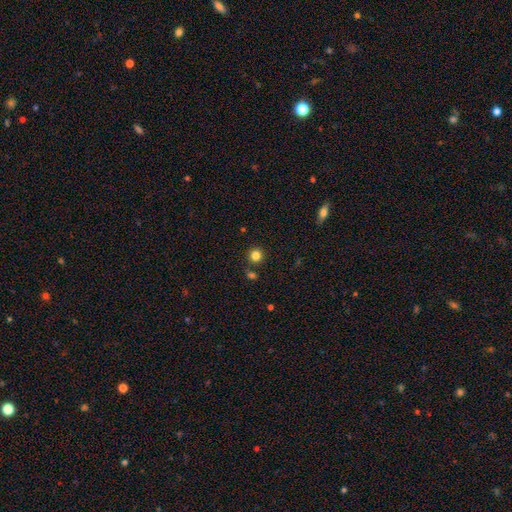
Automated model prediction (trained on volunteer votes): A smooth galaxy with no disk features (83%) that is round (92%).

Vote fractions:
- Smooth or featured? smooth: 83% / star or artifact: 13% / featured or disk: 4%
- How rounded? round: 92% / in between: 7% / cigar-shaped: 1%
- Merging? none: 84% / merger: 7% / minor disturbance: 7% / major disturbance: 2%